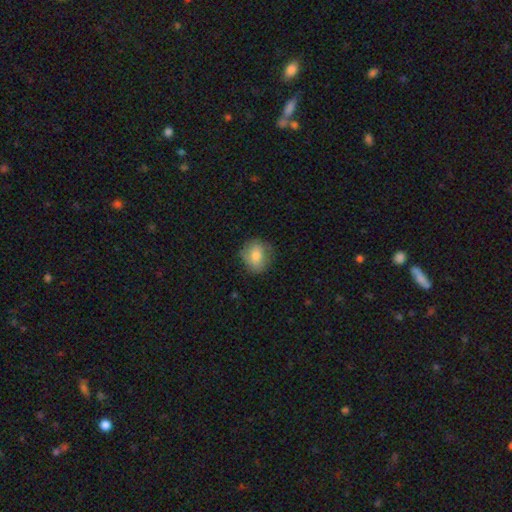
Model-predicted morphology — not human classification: Smooth or featured? smooth (73%)
How rounded? round (72%)
Merging? none (74%)